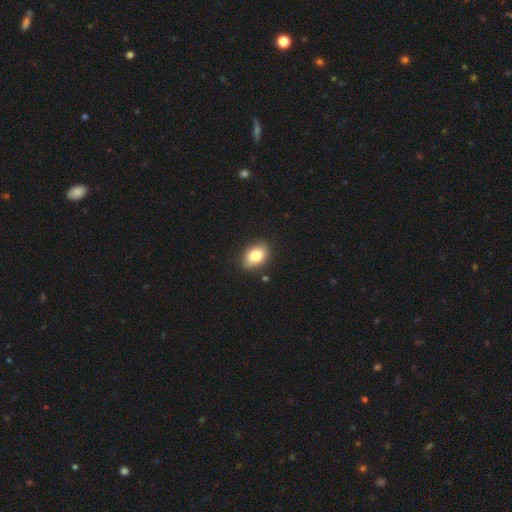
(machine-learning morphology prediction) This is likely a smooth galaxy (79%). How rounded: likely in between (79%). Merging: clearly none (85%).